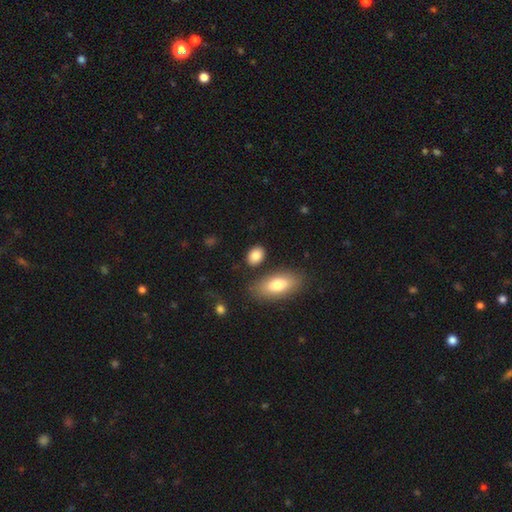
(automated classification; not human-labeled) A smooth galaxy with no disk features (85%) that is in between round and cigar-shaped (80%). Merging: none (80%).